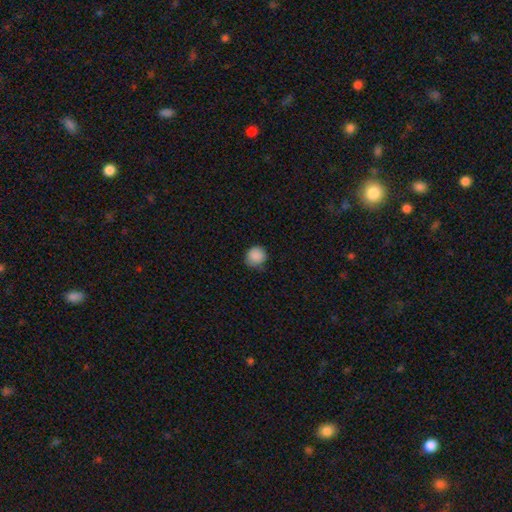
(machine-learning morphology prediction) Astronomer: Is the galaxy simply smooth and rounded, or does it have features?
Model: smooth — 88%.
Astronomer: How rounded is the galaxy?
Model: round — 89%.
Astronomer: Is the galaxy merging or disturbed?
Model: none — 78%.